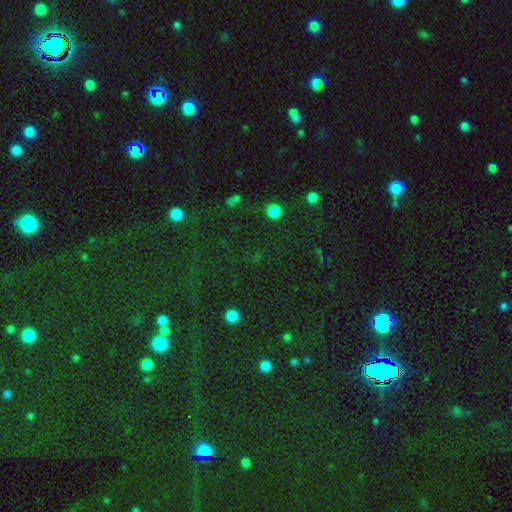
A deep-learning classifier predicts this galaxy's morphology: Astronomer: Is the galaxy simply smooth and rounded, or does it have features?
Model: star or artifact — 78%.